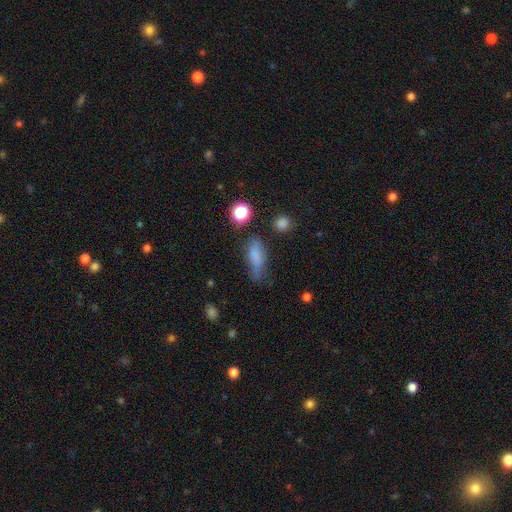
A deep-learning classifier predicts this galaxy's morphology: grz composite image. It shows a smooth galaxy with no disk features (71%) that is in between round and cigar-shaped (66%). Merging: none (49%).